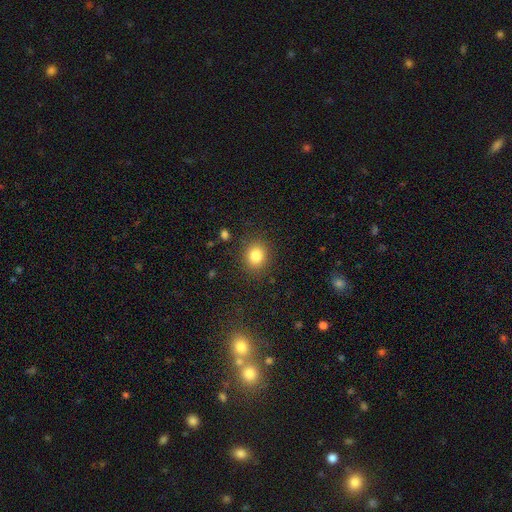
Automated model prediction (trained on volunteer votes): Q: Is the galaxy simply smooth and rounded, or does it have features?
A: smooth — 83%.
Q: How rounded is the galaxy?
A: round — 70%.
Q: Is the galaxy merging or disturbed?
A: none — 87%.